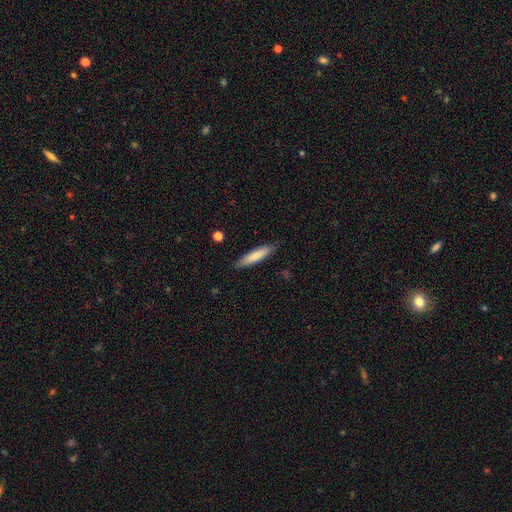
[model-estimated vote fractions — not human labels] The model was most divided on "smooth or featured": smooth: 78%, featured or disk: 17%, star or artifact: 6%. More confident: merging — none (87%); how rounded — cigar-shaped (83%).